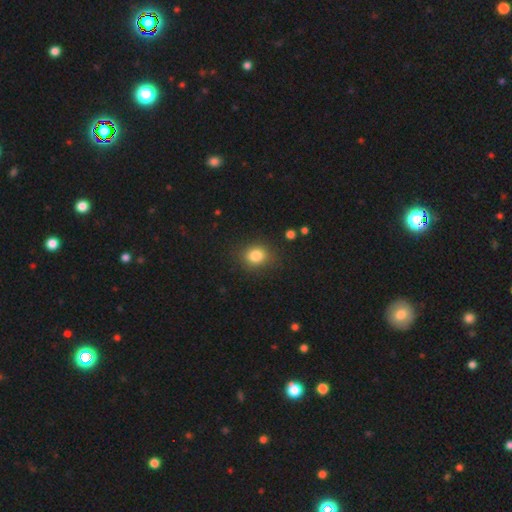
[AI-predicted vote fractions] Smooth or featured? Predicted: smooth (p=0.83). How rounded? Predicted: round (p=0.66). Merging? Predicted: none (p=0.84).